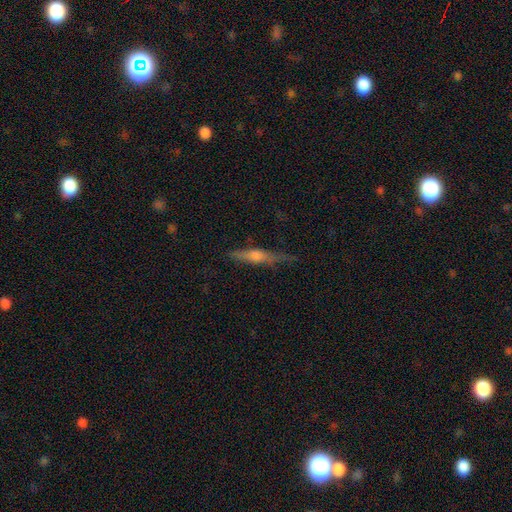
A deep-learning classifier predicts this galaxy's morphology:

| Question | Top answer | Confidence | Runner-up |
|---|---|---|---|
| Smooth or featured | featured or disk | 58% | smooth (34%) |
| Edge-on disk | yes | 95% | no (5%) |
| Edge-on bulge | rounded | 79% | boxy (11%) |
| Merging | none | 75% | minor disturbance (19%) |